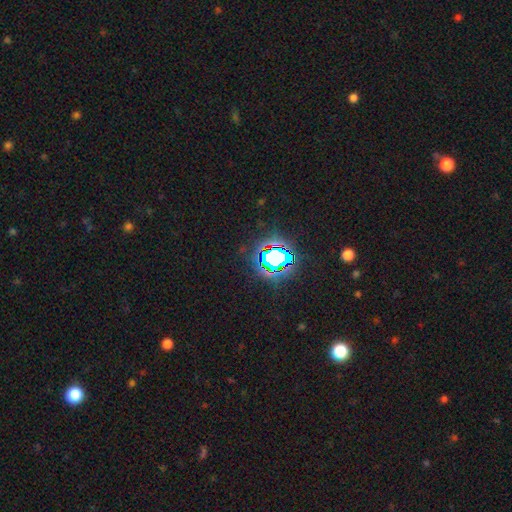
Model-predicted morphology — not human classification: Smooth or featured? star or artifact (84%)